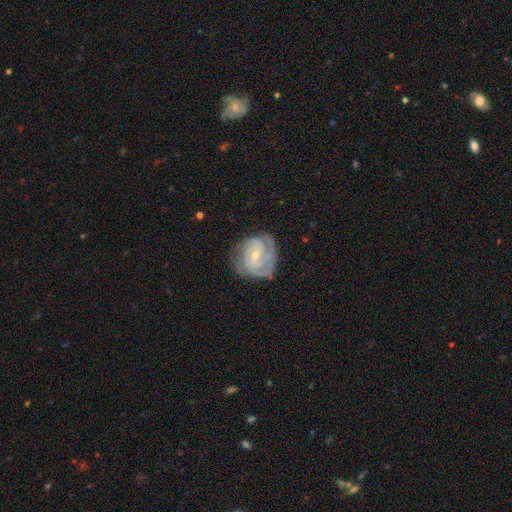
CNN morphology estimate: This is clearly a featured or disk galaxy (86%). It is clearly not viewed edge-on (98%). Bar: possibly no (56%). Spiral arm pattern: clearly yes (96%). Spiral arm count: marginally 3 (34%). Spiral winding: likely tight (66%). Central bulge: likely small (63%). Merging: likely none (72%).